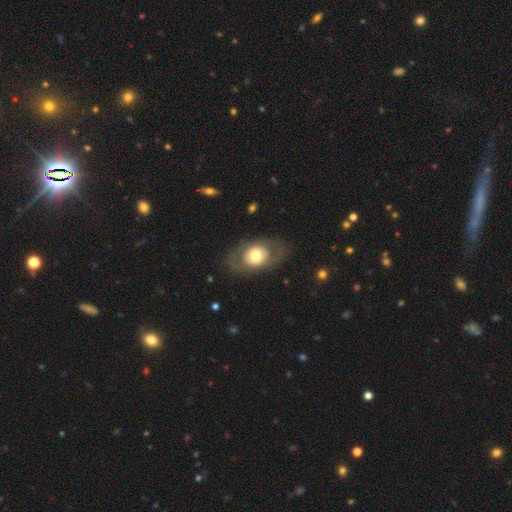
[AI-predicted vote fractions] smooth-or-featured: smooth: 49% | featured or disk: 45% | star or artifact: 6%
  merging: none: 78% | minor disturbance: 12% | major disturbance: 9% | merger: 1%